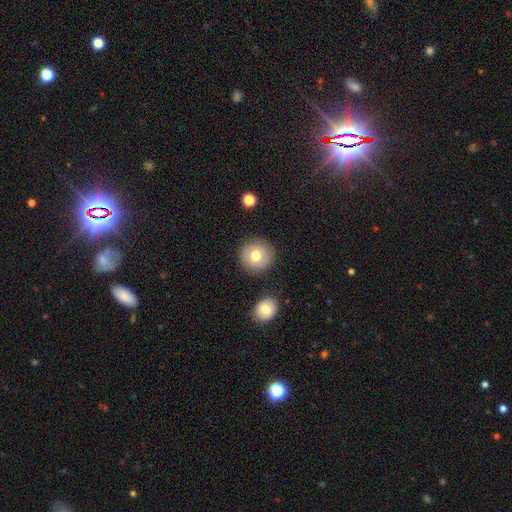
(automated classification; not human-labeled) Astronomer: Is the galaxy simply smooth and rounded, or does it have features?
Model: smooth — 76%.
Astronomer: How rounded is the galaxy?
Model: round — 93%.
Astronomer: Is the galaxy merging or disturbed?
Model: none — 86%.